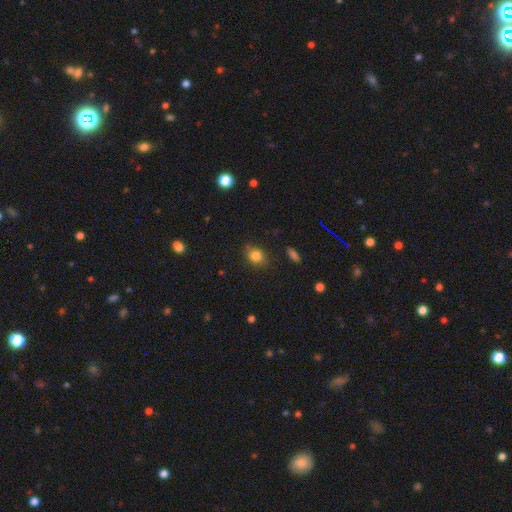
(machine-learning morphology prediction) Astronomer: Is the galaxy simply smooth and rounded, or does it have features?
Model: smooth — 81%.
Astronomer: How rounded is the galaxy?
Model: round — 62%.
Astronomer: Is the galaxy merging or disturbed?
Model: none — 73%.